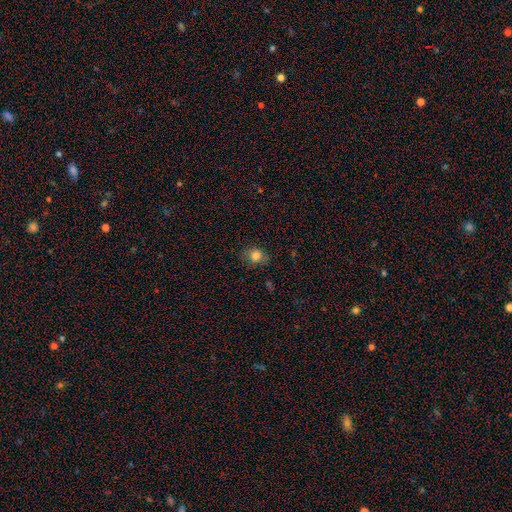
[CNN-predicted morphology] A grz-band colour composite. It shows a smooth galaxy with no disk features (82%) that is round (61%). Merging: none (79%).